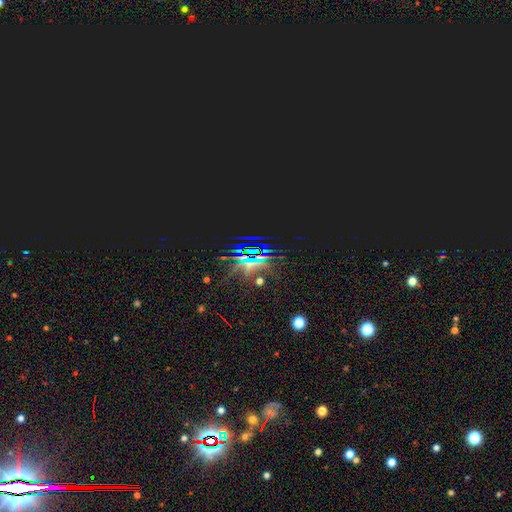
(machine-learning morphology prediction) The model was most divided on "smooth or featured": star or artifact: 85%, featured or disk: 8%, smooth: 7%.